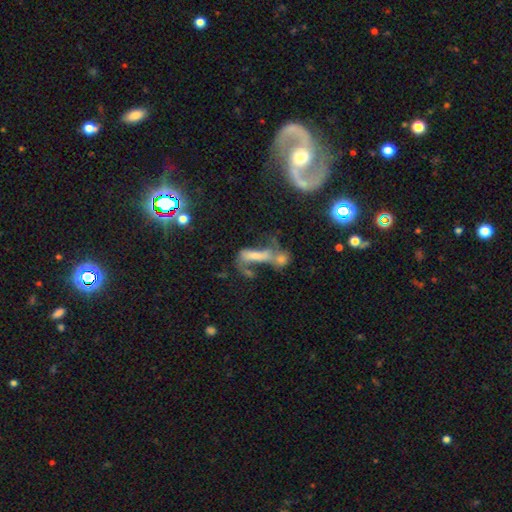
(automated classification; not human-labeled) smooth-or-featured: featured or disk: 47% | smooth: 32% | star or artifact: 21%
  merging: merger: 43% | none: 23% | major disturbance: 22% | minor disturbance: 11%